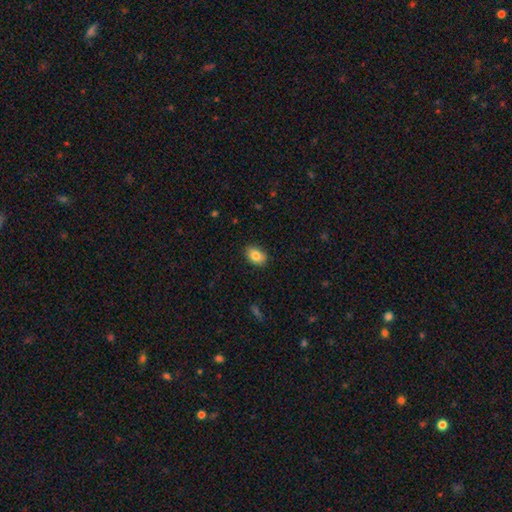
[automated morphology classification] smooth_or_featured: smooth (p=0.84) [alt: featured or disk p=0.08]
how_rounded: in between (p=0.82) [alt: round p=0.17]
merging: none (p=0.87) [alt: minor disturbance p=0.10]